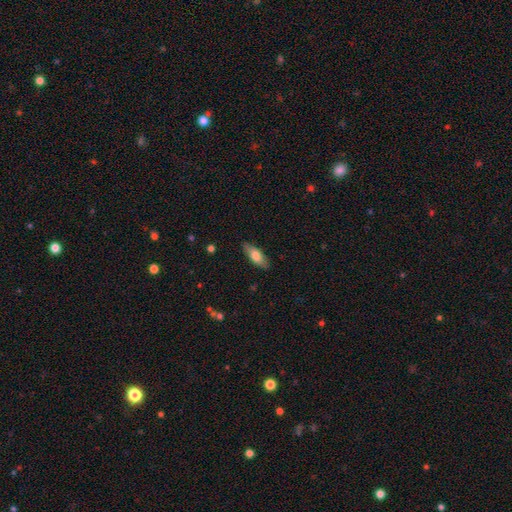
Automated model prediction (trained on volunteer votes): Smooth or featured?
  - smooth: 72% *
  - featured or disk: 22%
  - star or artifact: 6%
How rounded?
  - in between: 66% *
  - cigar-shaped: 32%
  - round: 2%
Merging?
  - none: 85% *
  - minor disturbance: 11%
  - major disturbance: 2%
  - merger: 1%